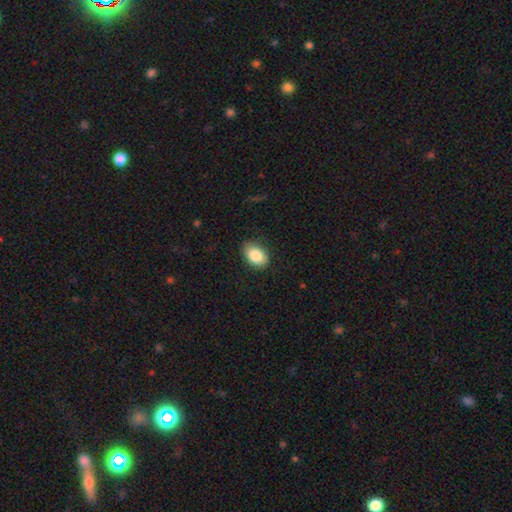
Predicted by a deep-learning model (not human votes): The model was most divided on "merging": none: 84%, minor disturbance: 13%, major disturbance: 3%, merger: 1%. More confident: how rounded — in between (87%); smooth or featured — smooth (86%).